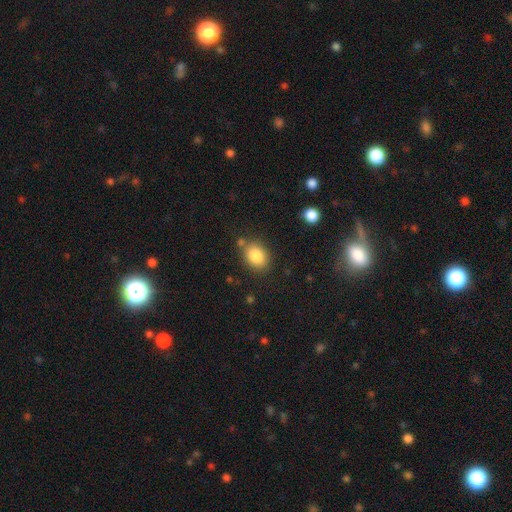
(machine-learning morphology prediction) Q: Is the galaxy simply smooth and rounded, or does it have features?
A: smooth — 85%.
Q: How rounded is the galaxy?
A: in between — 57%.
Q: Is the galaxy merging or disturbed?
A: none — 76%.